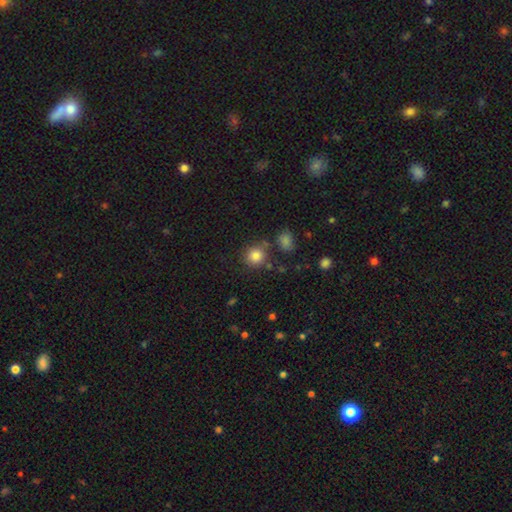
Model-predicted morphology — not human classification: This appears to be a smooth galaxy with no disk features (83%) that is round (88%). Merging: none (76%).